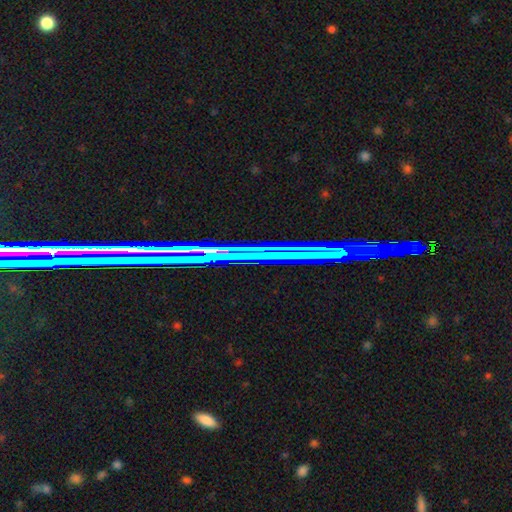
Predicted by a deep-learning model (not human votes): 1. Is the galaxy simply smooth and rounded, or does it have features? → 54% star or artifact, 33% featured or disk, 14% smooth.